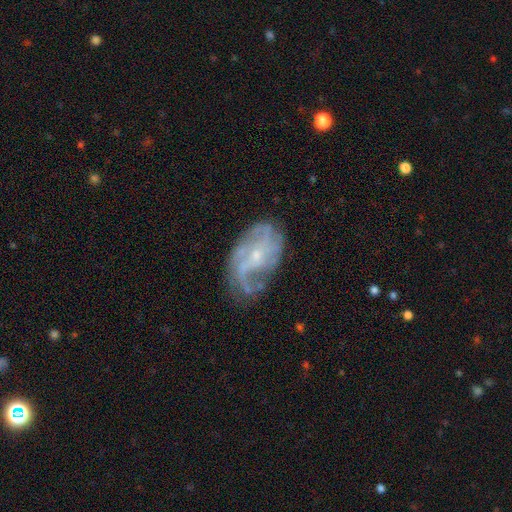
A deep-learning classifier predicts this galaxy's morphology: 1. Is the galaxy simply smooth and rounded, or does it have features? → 81% featured or disk, 11% smooth, 8% star or artifact.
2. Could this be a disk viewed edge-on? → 96% no, 4% yes.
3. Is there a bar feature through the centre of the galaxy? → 58% no, 34% weak, 8% strong.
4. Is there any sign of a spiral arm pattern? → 89% yes, 11% no.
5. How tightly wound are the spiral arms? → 39% medium, 34% loose, 26% tight.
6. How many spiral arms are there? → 34% can't tell, 26% 2, 17% 3, 9% 4, 8% 1, 6% more than 4.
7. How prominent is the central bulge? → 75% small, 20% moderate, 3% none, 1% large, 1% dominant.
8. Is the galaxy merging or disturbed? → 57% none, 24% minor disturbance, 16% major disturbance, 2% merger.